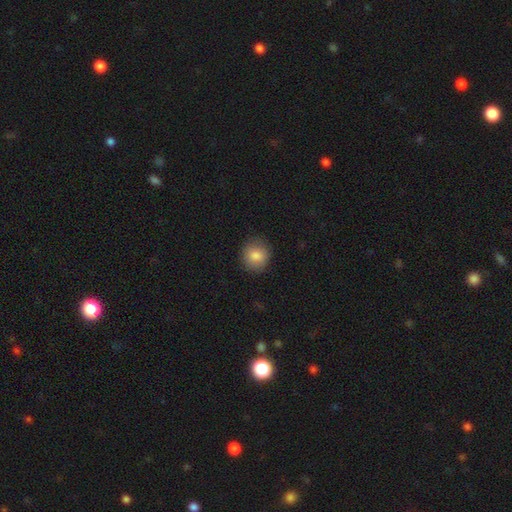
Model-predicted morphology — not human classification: type=smooth (84%); roundness=round (83%); merging=none (86%).